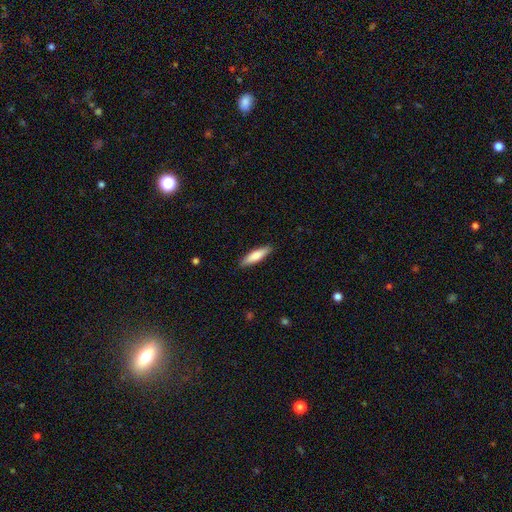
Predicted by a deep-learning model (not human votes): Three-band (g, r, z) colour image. It shows a smooth galaxy with no disk features (77%) that is cigar-shaped (70%). Merging: none (89%).